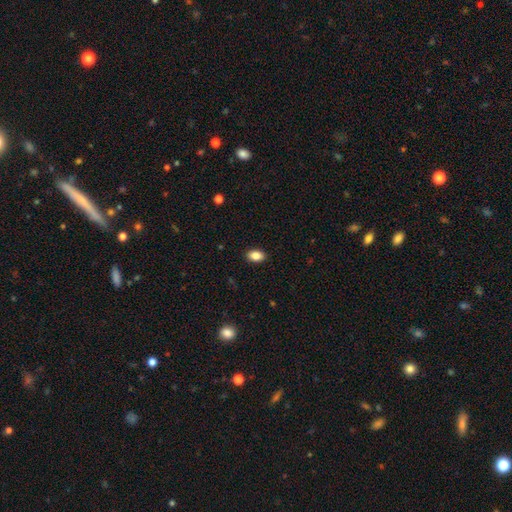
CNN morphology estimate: Smooth or featured?
  - smooth: 87% *
  - star or artifact: 8%
  - featured or disk: 5%
How rounded?
  - in between: 88% *
  - round: 11%
  - cigar-shaped: 1%
Merging?
  - none: 90% *
  - minor disturbance: 7%
  - major disturbance: 2%
  - merger: 1%